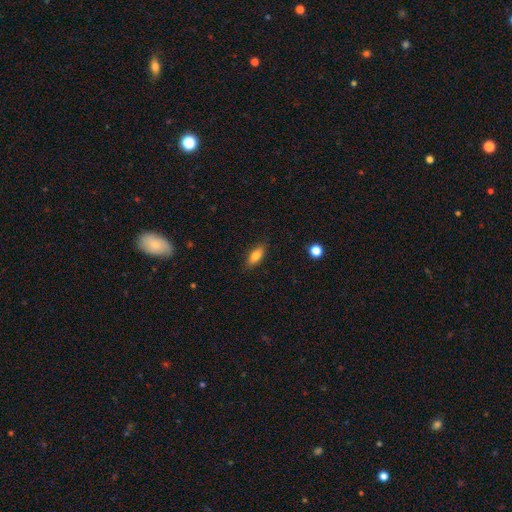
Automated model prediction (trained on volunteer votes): Overall: smooth (80%). How rounded: in between (79%). Merging: none (85%).